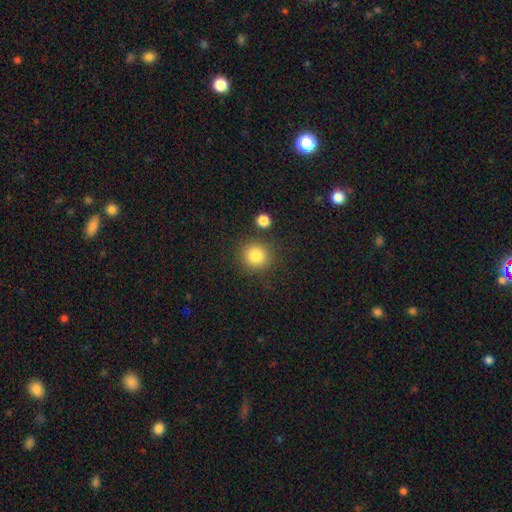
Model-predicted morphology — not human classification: smooth-or-featured: smooth: 83% | star or artifact: 11% | featured or disk: 6%
  how-rounded: round: 91% | in between: 8% | cigar-shaped: 1%
  merging: none: 83% | minor disturbance: 8% | merger: 5% | major disturbance: 3%